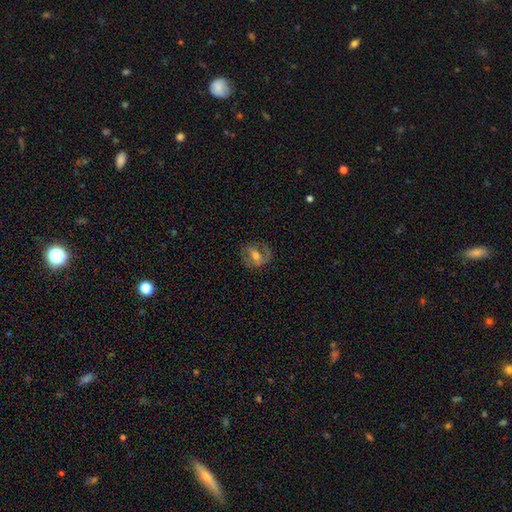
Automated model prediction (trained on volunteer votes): This is likely a featured or disk galaxy (62%). It is clearly not viewed edge-on (95%). Bar: marginally weak (41%). Spiral arm pattern: likely yes (74%). Central bulge: likely moderate (64%). Merging: likely none (68%).